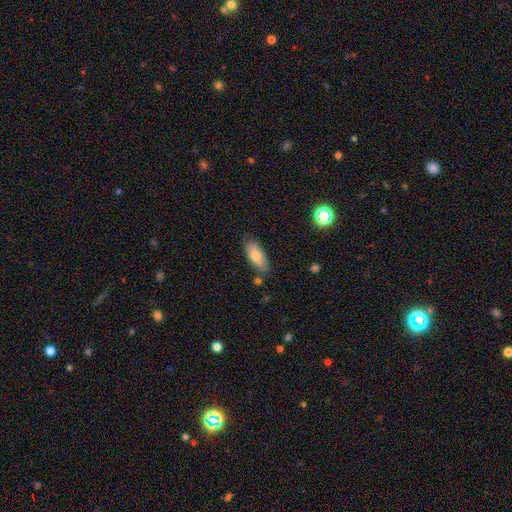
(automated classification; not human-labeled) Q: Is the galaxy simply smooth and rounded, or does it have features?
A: smooth — 77%.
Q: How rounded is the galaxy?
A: in between — 85%.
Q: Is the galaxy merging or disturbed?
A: none — 77%.